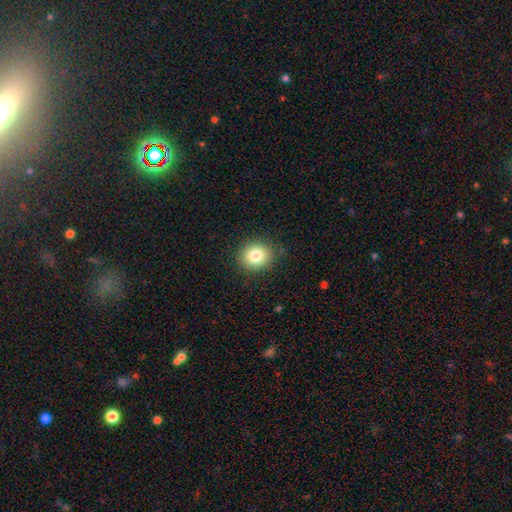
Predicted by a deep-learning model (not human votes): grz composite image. It shows a smooth galaxy with no disk features (82%) that is round (75%). Merging: none (87%).